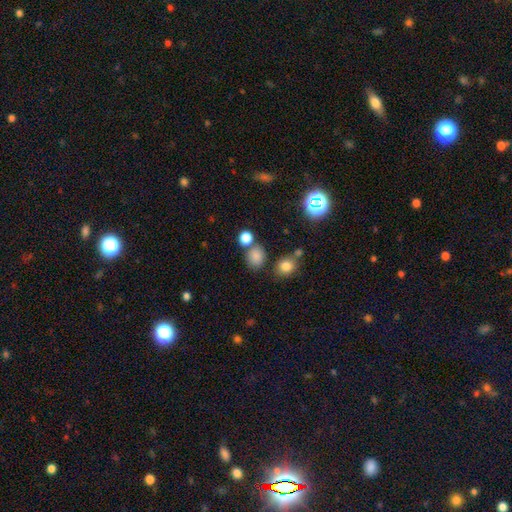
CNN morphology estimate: smooth 79%, star or artifact 15%, featured or disk 6%. Down the decision tree: how rounded — round (64%); merging — none (68%).